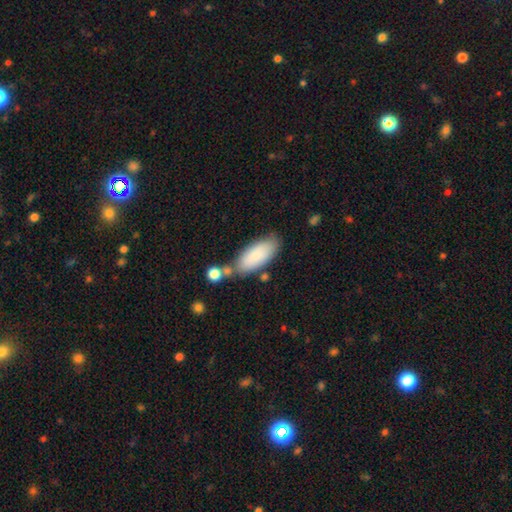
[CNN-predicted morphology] Smooth or featured? Predicted: smooth (p=0.82). How rounded? Predicted: in between (p=0.82). Merging? Predicted: none (p=0.67).